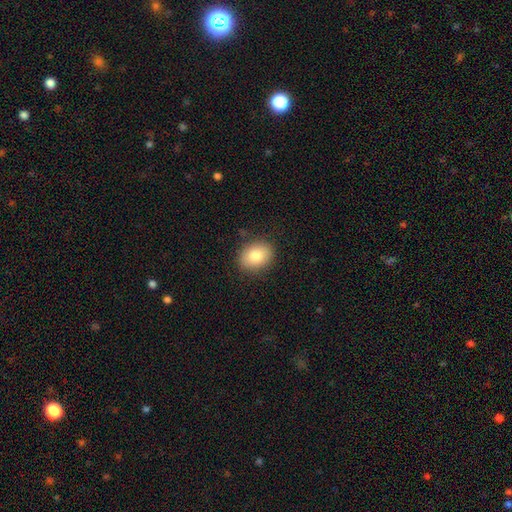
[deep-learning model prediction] Overall: smooth (82%). How rounded: in between (60%; round 39%). Merging: none (87%).